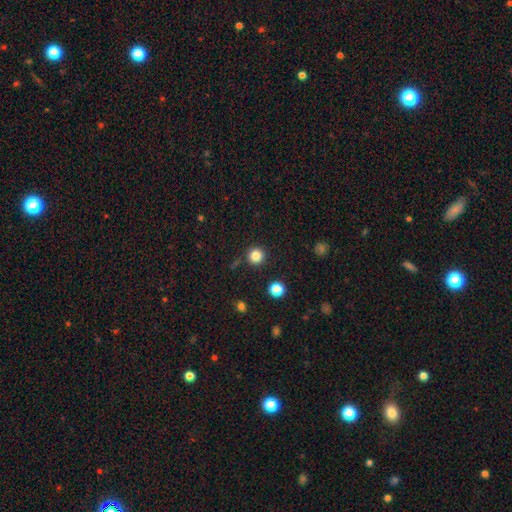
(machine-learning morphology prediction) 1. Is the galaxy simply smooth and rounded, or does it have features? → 83% smooth, 12% star or artifact, 5% featured or disk.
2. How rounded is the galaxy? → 95% round, 4% in between, 1% cigar-shaped.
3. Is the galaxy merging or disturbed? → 89% none, 6% minor disturbance, 3% merger, 2% major disturbance.